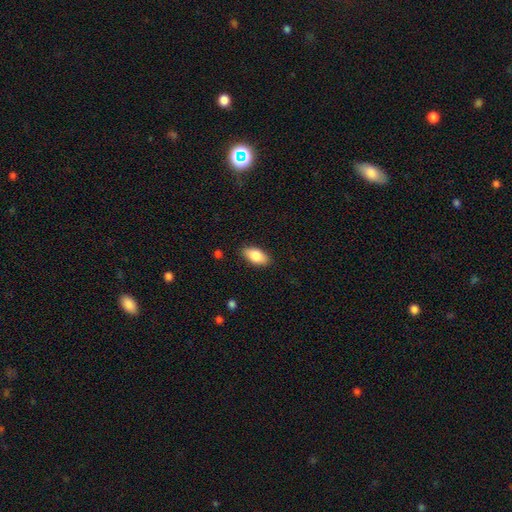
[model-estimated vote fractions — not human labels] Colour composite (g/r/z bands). It shows a smooth galaxy with no disk features (85%) that is in between round and cigar-shaped (92%). Merging: none (87%).